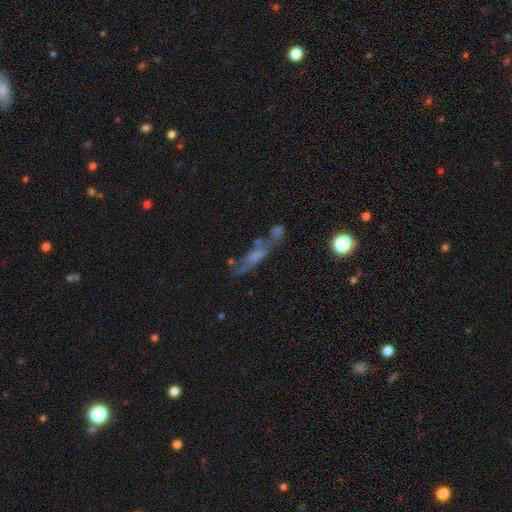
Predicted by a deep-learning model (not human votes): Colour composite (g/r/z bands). It shows a featured or disk galaxy (47%). Merging: none (43%).